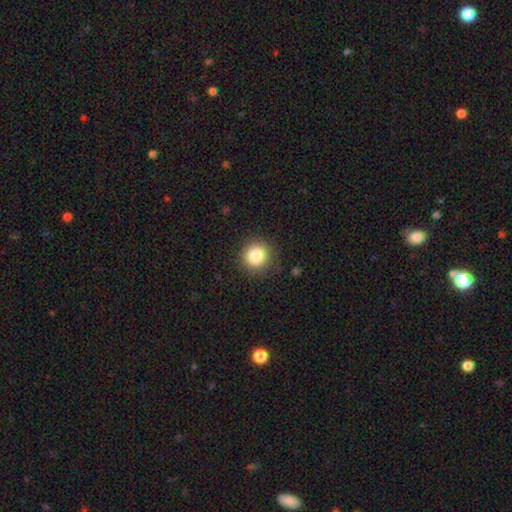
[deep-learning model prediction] A smooth galaxy with no disk features (86%) that is round (91%).

Vote fractions:
- Smooth or featured? smooth: 86% / star or artifact: 10% / featured or disk: 4%
- How rounded? round: 91% / in between: 8% / cigar-shaped: 1%
- Merging? none: 88% / minor disturbance: 8% / major disturbance: 3% / merger: 1%